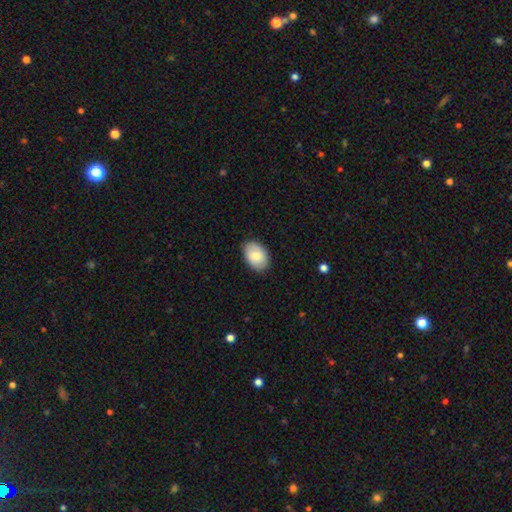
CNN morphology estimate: Overall: smooth (78%). How rounded: in between (85%). Merging: none (83%).